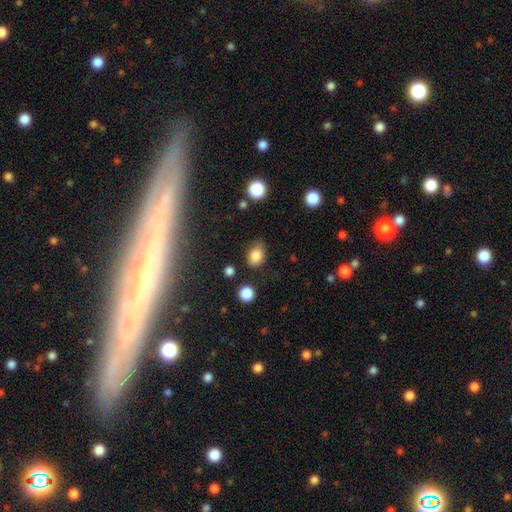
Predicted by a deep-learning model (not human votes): smooth_or_featured: smooth (p=0.84) [alt: star or artifact p=0.10]
how_rounded: in between (p=0.66) [alt: round p=0.33]
merging: none (p=0.69) [alt: minor disturbance p=0.22]